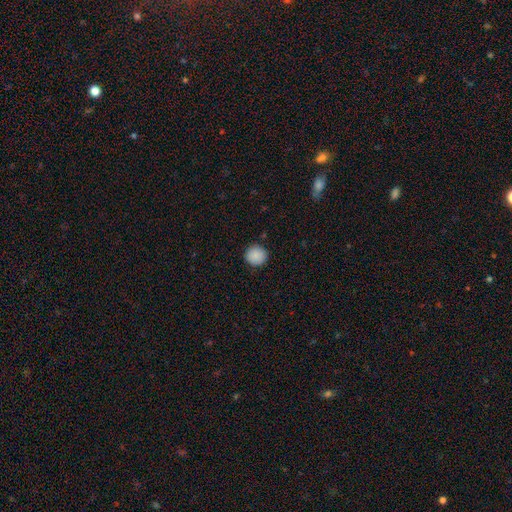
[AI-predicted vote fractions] A smooth galaxy with no disk features (89%) that is round (93%). Merging: none (90%).